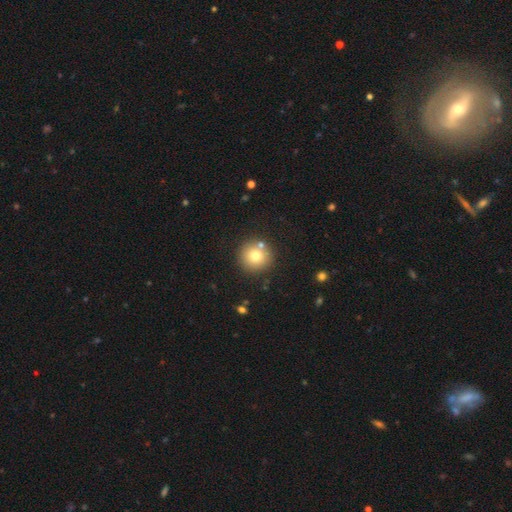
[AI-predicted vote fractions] The model was most divided on "smooth or featured": smooth: 76%, featured or disk: 12%, star or artifact: 12%. More confident: how rounded — round (94%); merging — none (82%).